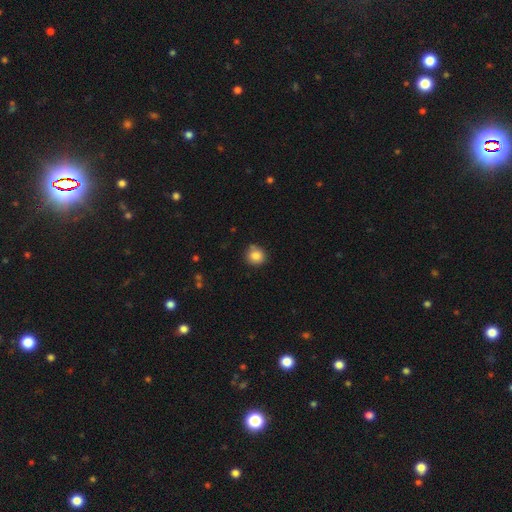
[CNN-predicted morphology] This is clearly a smooth galaxy (86%). How rounded: clearly round (88%). Merging: likely none (79%).